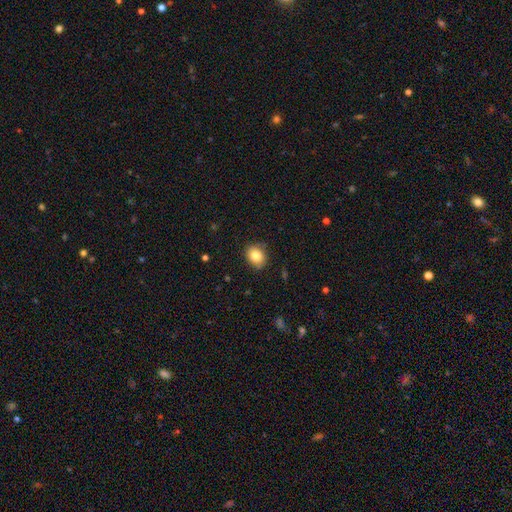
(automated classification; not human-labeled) Smooth or featured: smooth — 81% (star or artifact — 9%)
How rounded: round — 59% (in between — 40%)
Merging: none — 81% (minor disturbance — 15%)